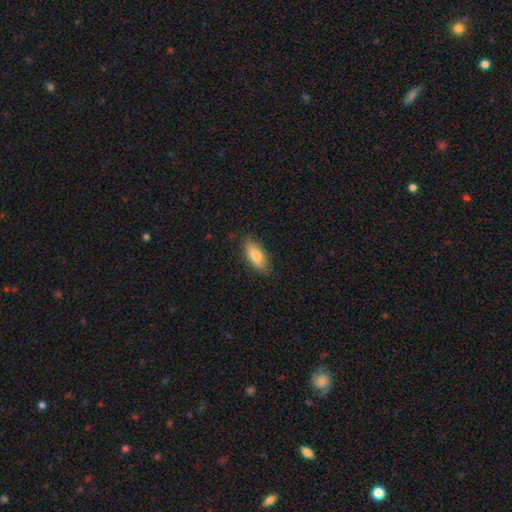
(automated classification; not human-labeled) Smooth or featured: smooth — 77% (featured or disk — 17%)
How rounded: in between — 81% (cigar-shaped — 16%)
Merging: none — 83% (minor disturbance — 13%)